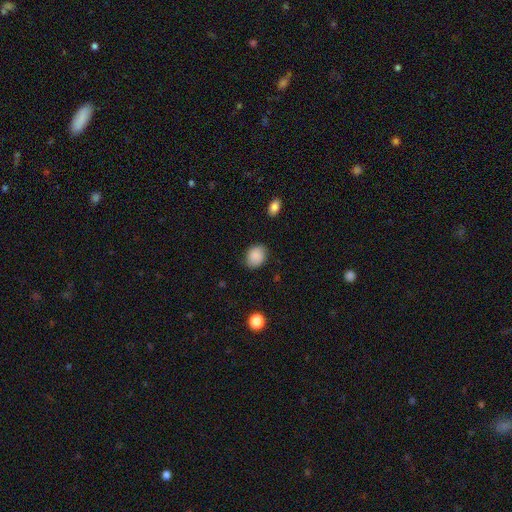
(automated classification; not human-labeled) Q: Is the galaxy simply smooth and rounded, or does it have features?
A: smooth — 86%.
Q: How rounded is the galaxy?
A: in between — 54%.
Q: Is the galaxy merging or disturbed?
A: none — 80%.